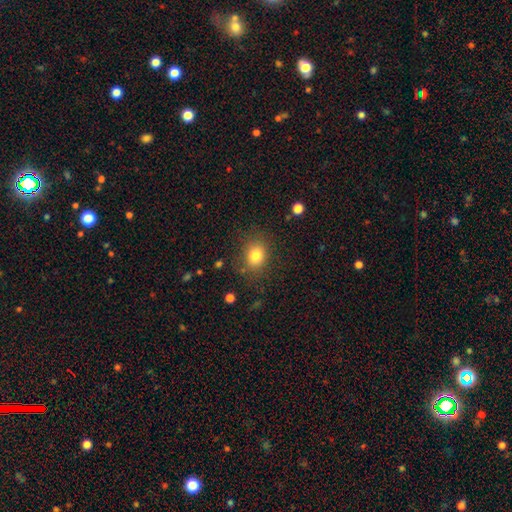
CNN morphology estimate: A smooth galaxy with no disk features (80%) that is round (56%). Merging: none (81%).